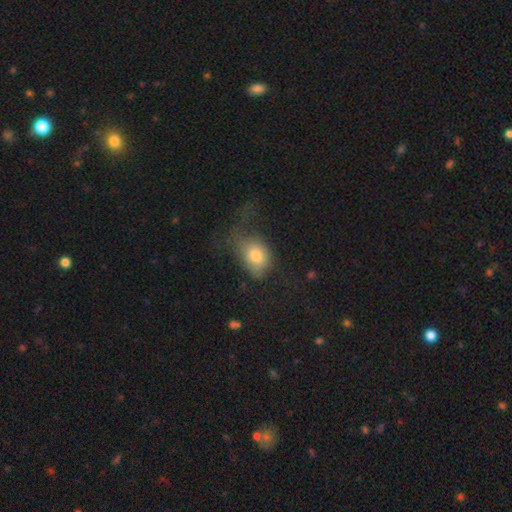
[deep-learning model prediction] A smooth galaxy with no disk features (76%) that is in between round and cigar-shaped (73%).

Vote fractions:
- Smooth or featured? smooth: 76% / featured or disk: 15% / star or artifact: 9%
- How rounded? in between: 73% / round: 25% / cigar-shaped: 1%
- Merging? major disturbance: 41% / none: 31% / minor disturbance: 26% / merger: 3%